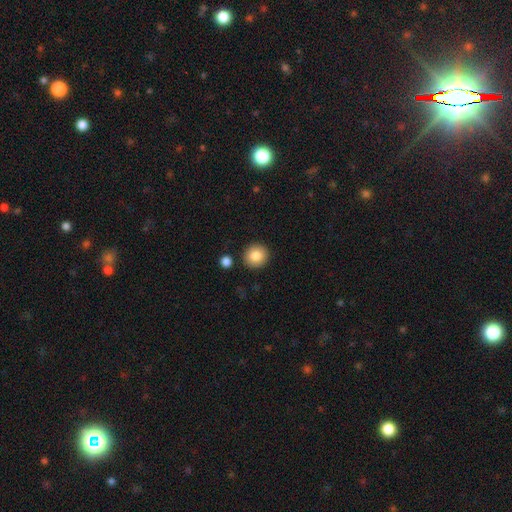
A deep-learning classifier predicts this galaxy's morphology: Smooth or featured: smooth — 84% (star or artifact — 9%)
How rounded: round — 92% (in between — 7%)
Merging: none — 90% (minor disturbance — 6%)